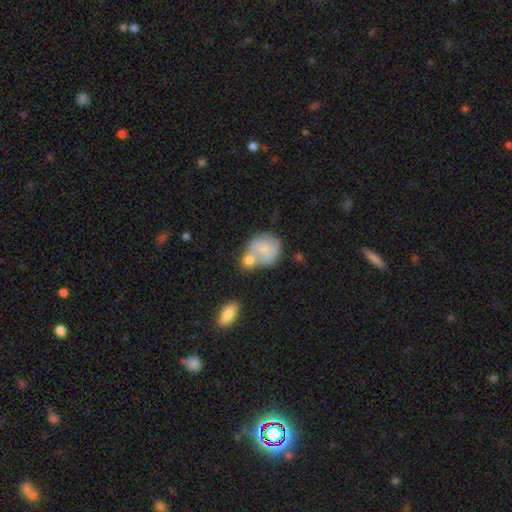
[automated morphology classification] smooth_or_featured: smooth (p=0.59) [alt: featured or disk p=0.31]
how_rounded: round (p=0.63) [alt: in between p=0.36]
merging: merger (p=0.37) [alt: none p=0.36]